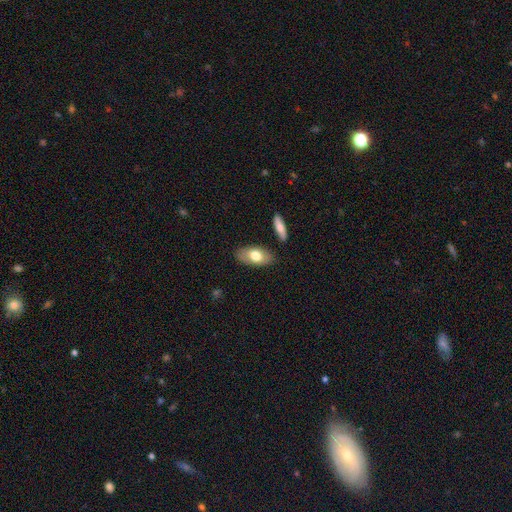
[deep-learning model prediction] Smooth or featured: smooth — 71% (featured or disk — 23%)
How rounded: in between — 92% (cigar-shaped — 4%)
Merging: none — 82% (minor disturbance — 12%)